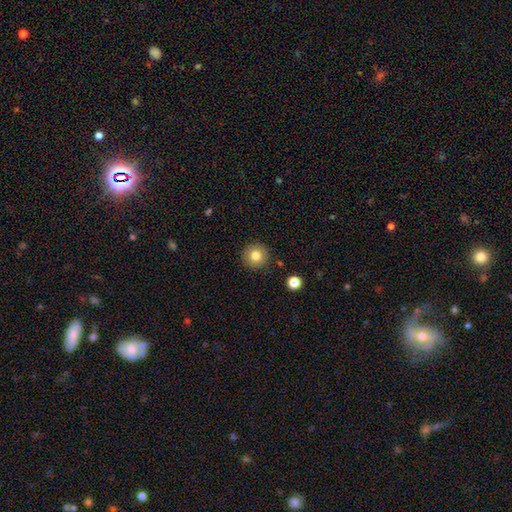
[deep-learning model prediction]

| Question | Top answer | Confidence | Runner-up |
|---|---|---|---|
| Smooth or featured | smooth | 80% | star or artifact (11%) |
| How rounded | round | 95% | in between (4%) |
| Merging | none | 90% | minor disturbance (6%) |